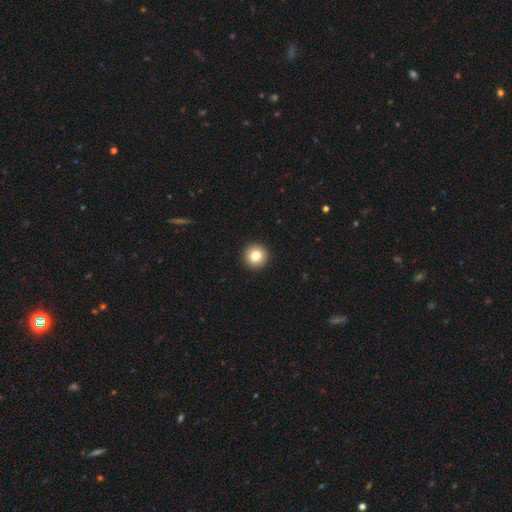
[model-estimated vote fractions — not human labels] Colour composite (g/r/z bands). It shows a smooth galaxy with no disk features (81%) that is round (96%). Merging: none (94%).